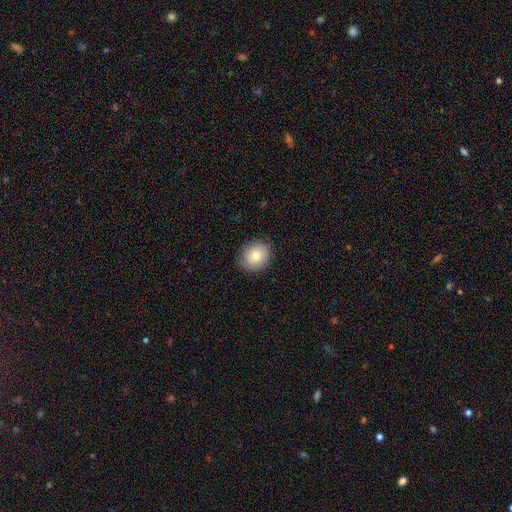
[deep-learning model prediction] Smooth or featured: smooth — 78% (featured or disk — 13%)
How rounded: round — 60% (in between — 39%)
Merging: none — 86% (minor disturbance — 11%)